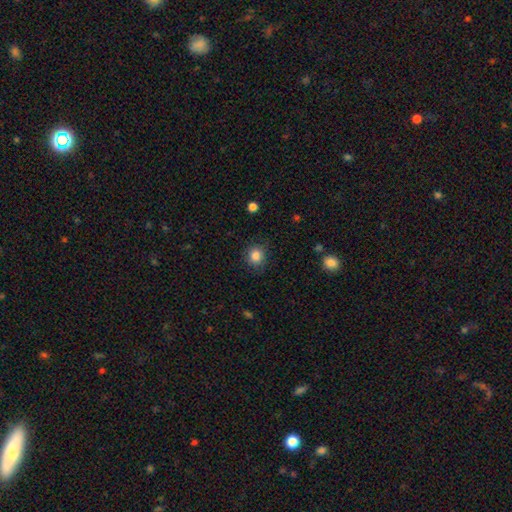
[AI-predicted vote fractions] Smooth or featured? Predicted: smooth (p=0.84). How rounded? Predicted: round (p=0.85). Merging? Predicted: none (p=0.85).